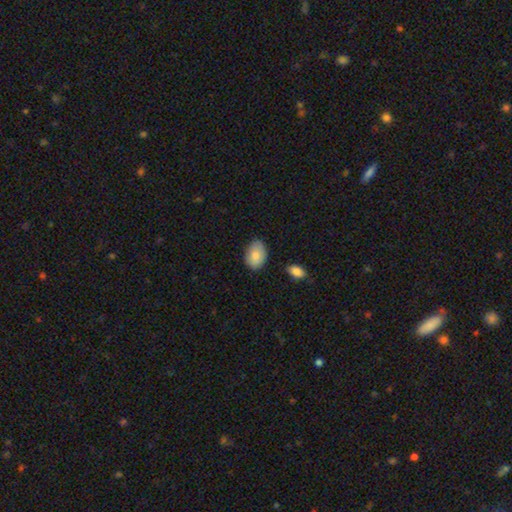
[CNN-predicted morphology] type=smooth (81%); roundness=in between (83%); merging=none (76%).